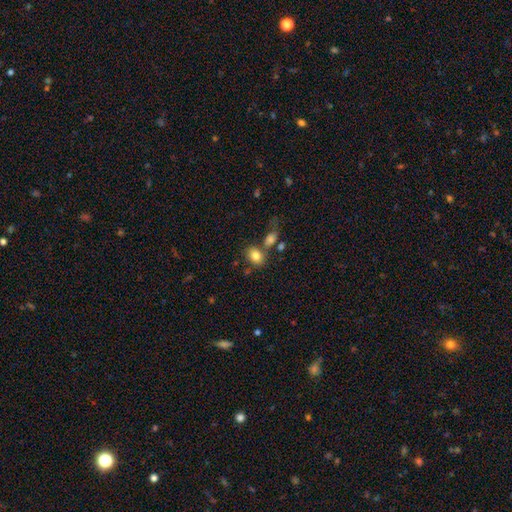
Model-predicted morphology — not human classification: A smooth galaxy with no disk features (81%) that is in between round and cigar-shaped (56%). Merging: none (61%).